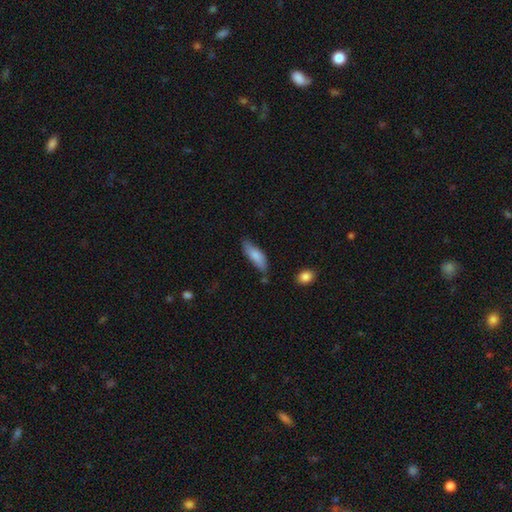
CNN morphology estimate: Smooth or featured?
  - smooth: 82% *
  - featured or disk: 12%
  - star or artifact: 6%
How rounded?
  - in between: 56% *
  - cigar-shaped: 42%
  - round: 2%
Merging?
  - none: 66% *
  - minor disturbance: 24%
  - merger: 5%
  - major disturbance: 4%